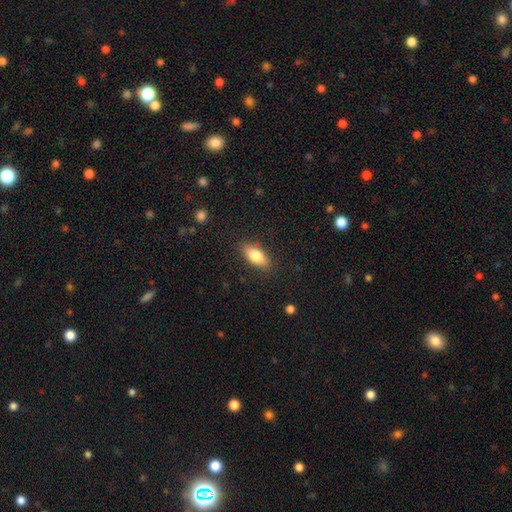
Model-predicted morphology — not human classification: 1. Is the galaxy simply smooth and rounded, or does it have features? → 78% smooth, 15% featured or disk, 7% star or artifact.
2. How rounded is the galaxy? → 80% in between, 16% cigar-shaped, 4% round.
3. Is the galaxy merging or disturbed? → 86% none, 11% minor disturbance, 3% major disturbance, 1% merger.